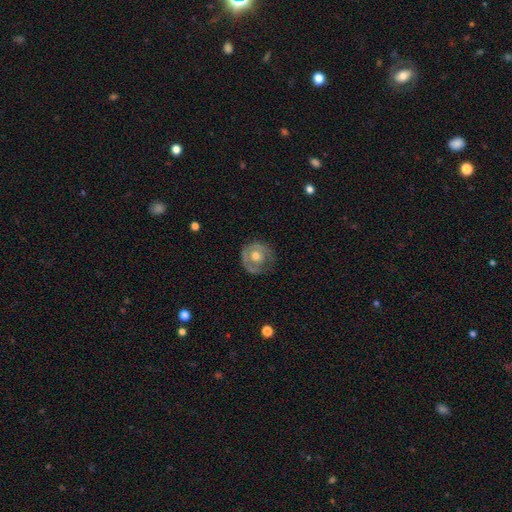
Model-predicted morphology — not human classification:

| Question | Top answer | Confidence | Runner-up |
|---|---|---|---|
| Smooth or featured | featured or disk | 58% | smooth (36%) |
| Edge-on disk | no | 96% | yes (4%) |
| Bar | no | 82% | weak (15%) |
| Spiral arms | no | 54% | yes (46%) |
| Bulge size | moderate | 68% | large (17%) |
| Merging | none | 68% | minor disturbance (20%) |